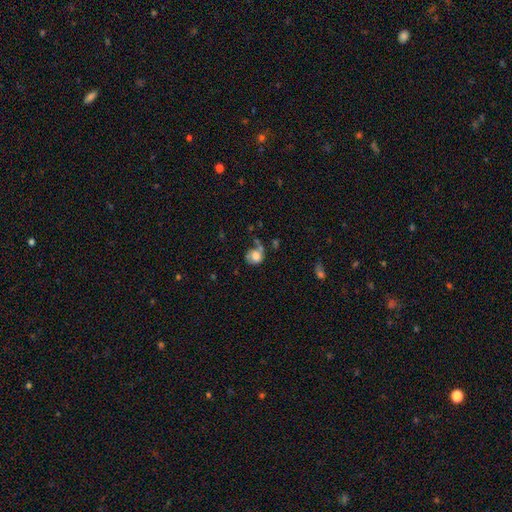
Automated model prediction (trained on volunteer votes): Smooth or featured? smooth (65%)
How rounded? round (66%)
Merging? none (40%)